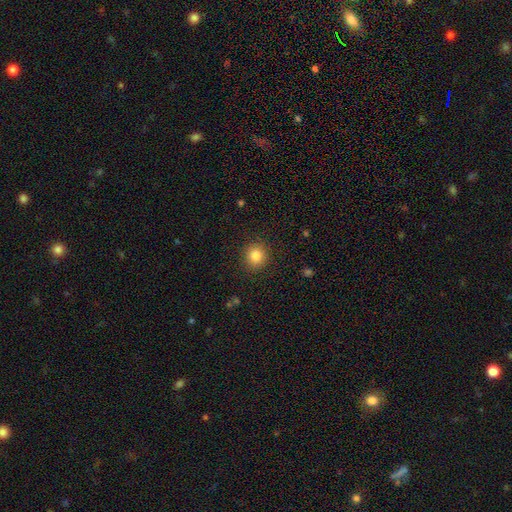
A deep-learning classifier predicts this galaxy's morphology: smooth-or-featured: smooth: 81% | star or artifact: 12% | featured or disk: 7%
  how-rounded: round: 89% | in between: 10% | cigar-shaped: 1%
  merging: none: 90% | minor disturbance: 6% | major disturbance: 2% | merger: 1%